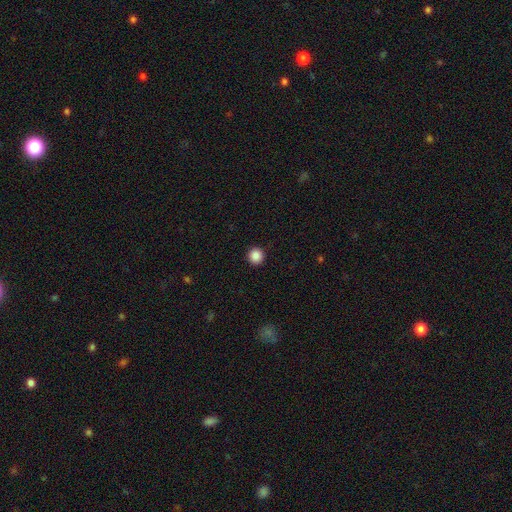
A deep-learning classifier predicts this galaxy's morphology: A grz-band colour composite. It shows a smooth galaxy with no disk features (88%) that is round (95%). Merging: none (94%).